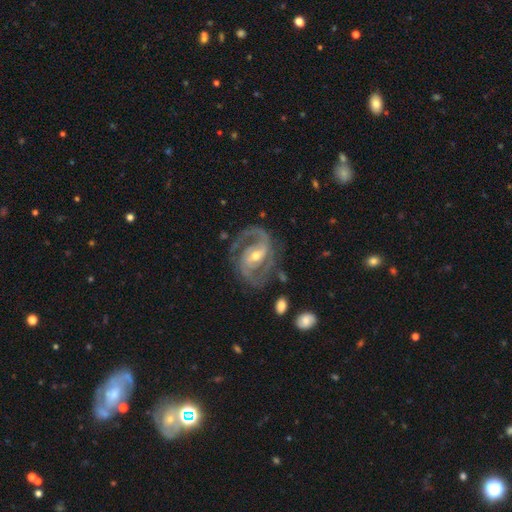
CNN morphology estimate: This appears to be a featured or disk galaxy (92%) with a weak bar (44%), 2 (86%) medium (56%) spiral arms (97%) and a moderate central bulge (58%). Merging: none (73%).